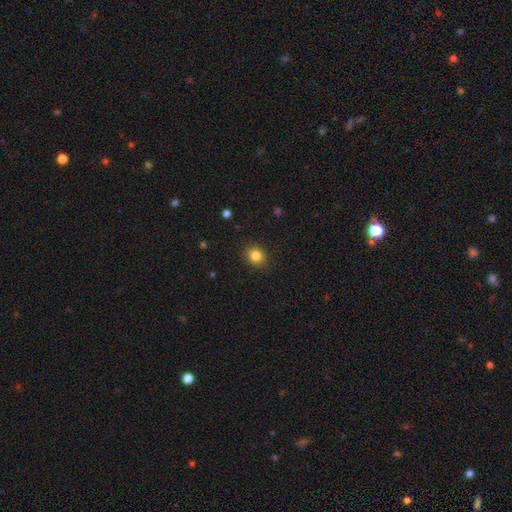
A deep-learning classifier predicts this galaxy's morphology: A smooth galaxy with no disk features (83%) that is round (72%). Merging: none (90%).